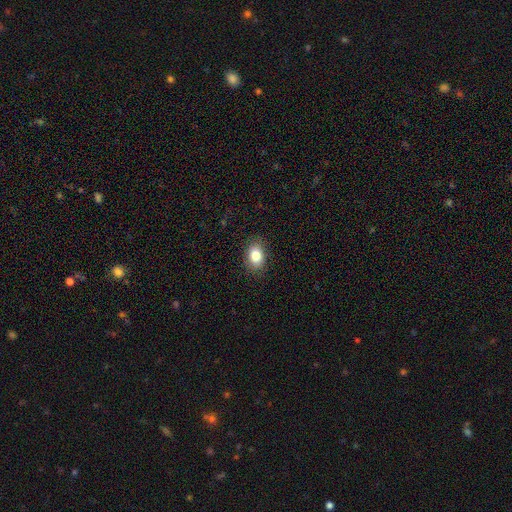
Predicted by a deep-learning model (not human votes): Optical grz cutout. It shows a smooth galaxy with no disk features (83%) that is in between round and cigar-shaped (77%). Merging: none (87%).